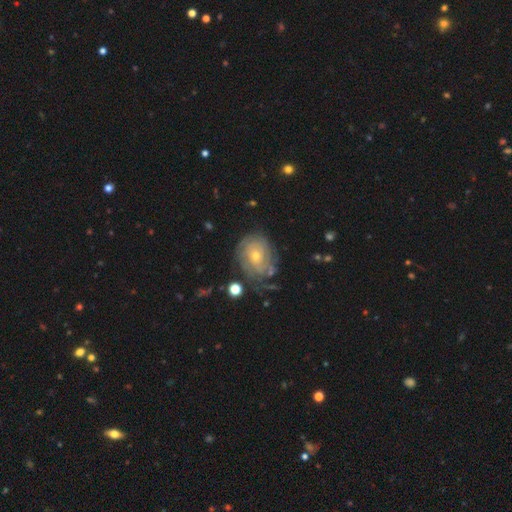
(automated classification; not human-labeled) Smooth or featured? Predicted: featured or disk (p=0.75). Edge-on disk? Predicted: no (p=0.97). Bar? Predicted: no (p=0.77). Spiral arms? Predicted: yes (p=0.88). Spiral winding? Predicted: tight (p=0.71). Spiral arm count? Predicted: can't tell (p=0.55). Bulge size? Predicted: small (p=0.60). Merging? Predicted: none (p=0.59).